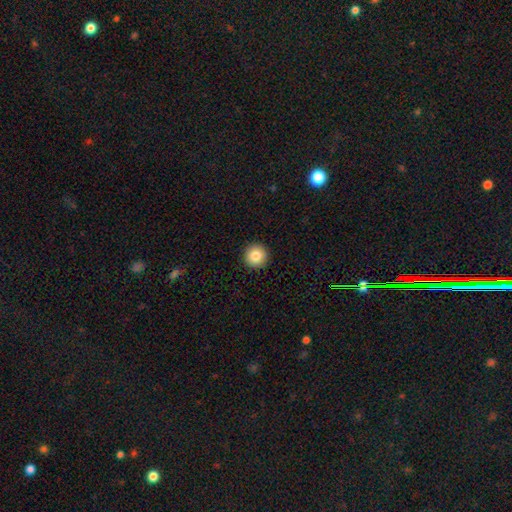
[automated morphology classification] type=smooth (84%); roundness=round (96%); merging=none (93%).